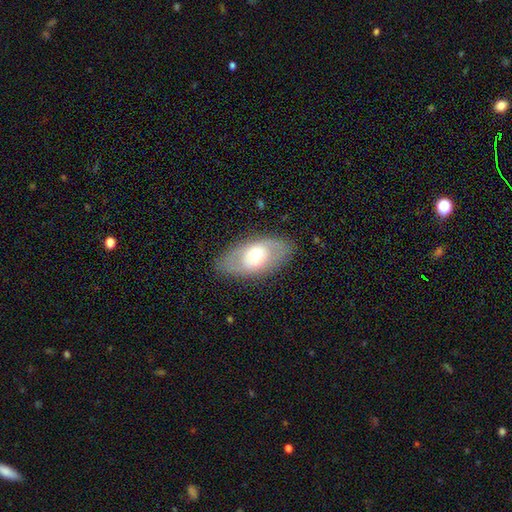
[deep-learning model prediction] A smooth galaxy with no disk features (49%).

Vote fractions:
- Smooth or featured? smooth: 49% / featured or disk: 44% / star or artifact: 7%
- Merging? none: 82% / minor disturbance: 12% / major disturbance: 5% / merger: 1%